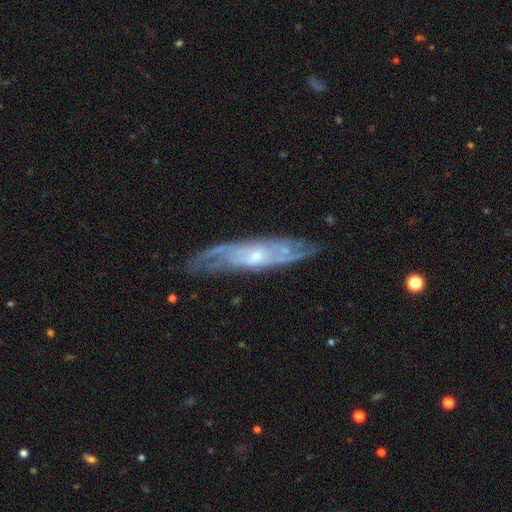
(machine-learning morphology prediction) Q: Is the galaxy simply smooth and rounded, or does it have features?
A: featured or disk — 80%.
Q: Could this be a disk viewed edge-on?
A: no — 66%.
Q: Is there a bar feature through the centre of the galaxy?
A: no — 61%.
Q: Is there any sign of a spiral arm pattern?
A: yes — 90%.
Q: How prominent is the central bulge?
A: small — 60%.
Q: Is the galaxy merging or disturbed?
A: none — 75%.